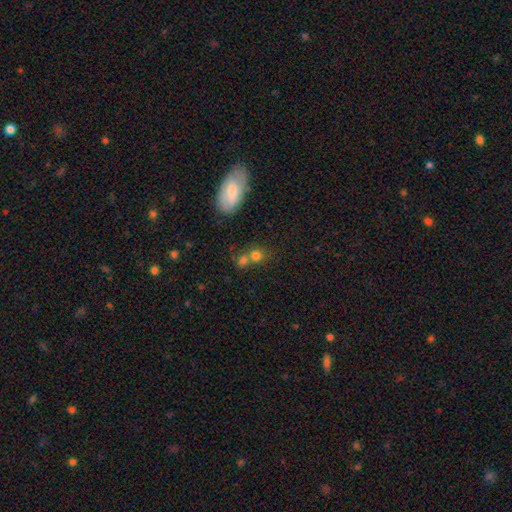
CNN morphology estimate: A smooth galaxy with no disk features (75%) that is round (76%). Merging: merger (43%, tied with none).